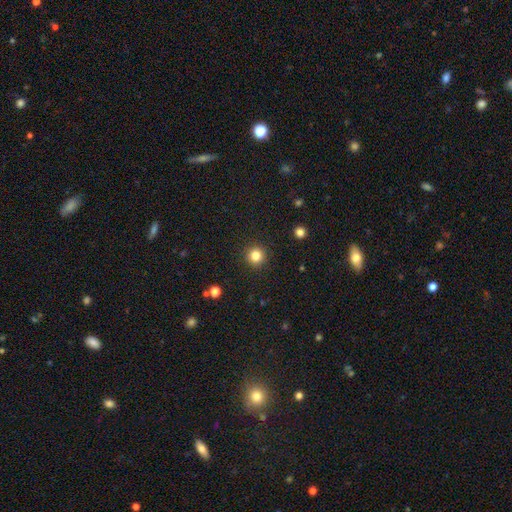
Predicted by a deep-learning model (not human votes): smooth 82%, star or artifact 12%, featured or disk 5%. Down the decision tree: how rounded — round (95%); merging — none (92%).